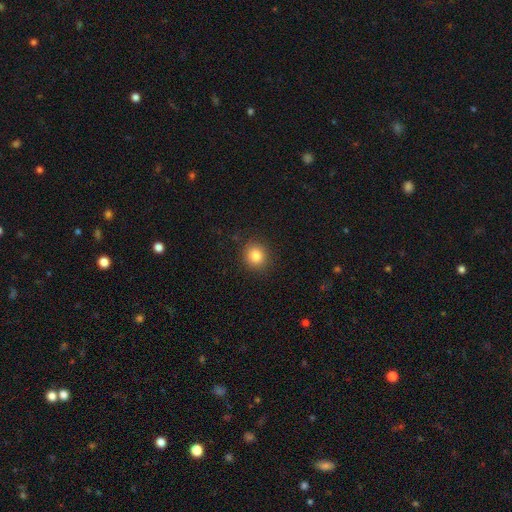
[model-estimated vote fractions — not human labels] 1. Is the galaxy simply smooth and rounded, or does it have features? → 83% smooth, 11% star or artifact, 6% featured or disk.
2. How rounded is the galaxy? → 83% round, 16% in between, 1% cigar-shaped.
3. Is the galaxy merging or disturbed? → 90% none, 7% minor disturbance, 2% major disturbance, 1% merger.